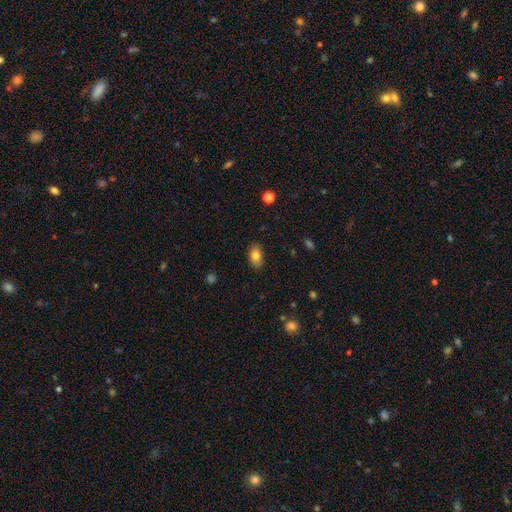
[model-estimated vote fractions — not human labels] Smooth or featured: smooth — 80% (featured or disk — 12%)
How rounded: in between — 90% (round — 7%)
Merging: none — 86% (minor disturbance — 10%)